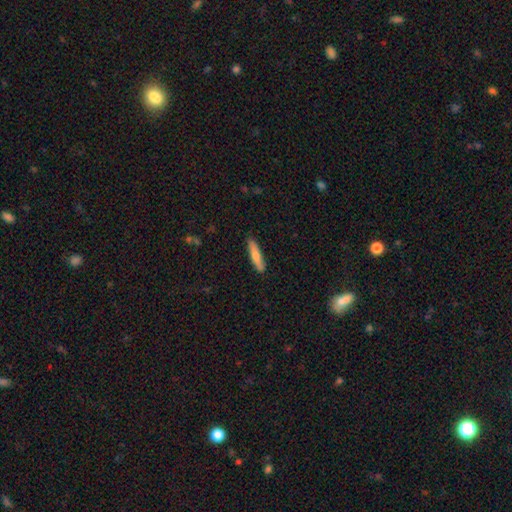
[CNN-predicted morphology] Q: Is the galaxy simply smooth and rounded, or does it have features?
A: smooth — 73%.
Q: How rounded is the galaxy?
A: cigar-shaped — 84%.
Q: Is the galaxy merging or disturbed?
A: none — 88%.